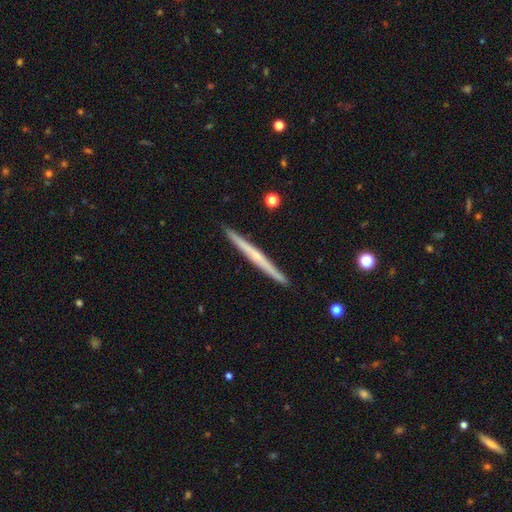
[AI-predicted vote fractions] smooth-or-featured: featured or disk: 62% | smooth: 32% | star or artifact: 6%
  disk-edge-on: yes: 98% | no: 2%
    edge-on-bulge: none: 58% | rounded: 38% | boxy: 4%
  merging: none: 93% | minor disturbance: 5% | major disturbance: 1% | merger: 1%